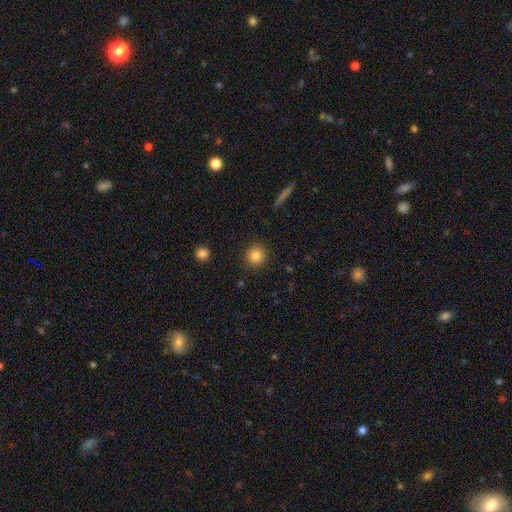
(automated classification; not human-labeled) Smooth or featured? smooth (84%)
How rounded? round (93%)
Merging? none (91%)